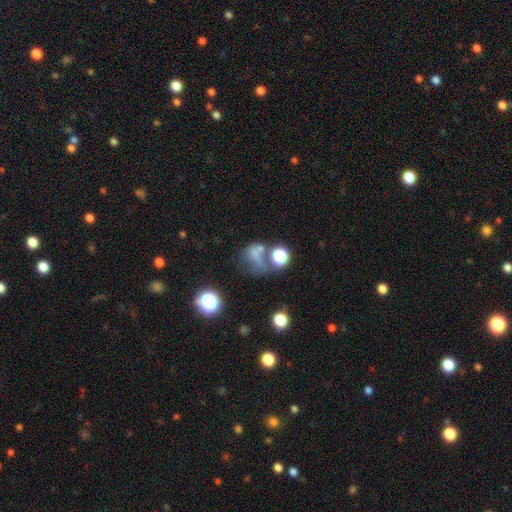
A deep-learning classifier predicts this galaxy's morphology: Smooth or featured?
  - smooth: 54% *
  - star or artifact: 25%
  - featured or disk: 21%
How rounded?
  - round: 50% *
  - in between: 47%
  - cigar-shaped: 3%
Merging?
  - major disturbance: 32% *
  - none: 27%
  - merger: 26%
  - minor disturbance: 15%